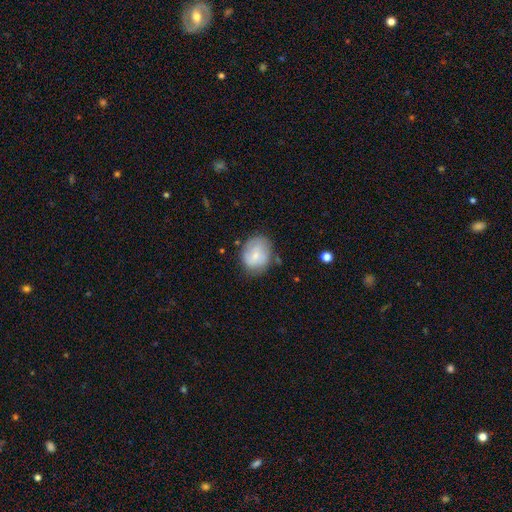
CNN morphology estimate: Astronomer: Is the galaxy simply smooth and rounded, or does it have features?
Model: smooth — 68%.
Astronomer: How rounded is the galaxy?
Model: round — 54% (runner-up: in between, 45%).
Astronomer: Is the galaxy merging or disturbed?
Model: none — 64%.